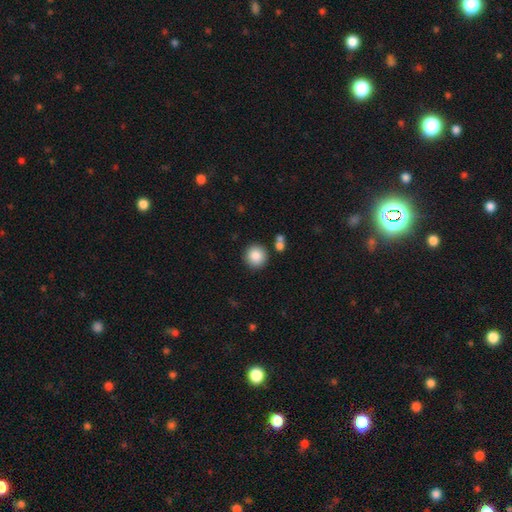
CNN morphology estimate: type=smooth (87%); roundness=round (94%); merging=none (85%).